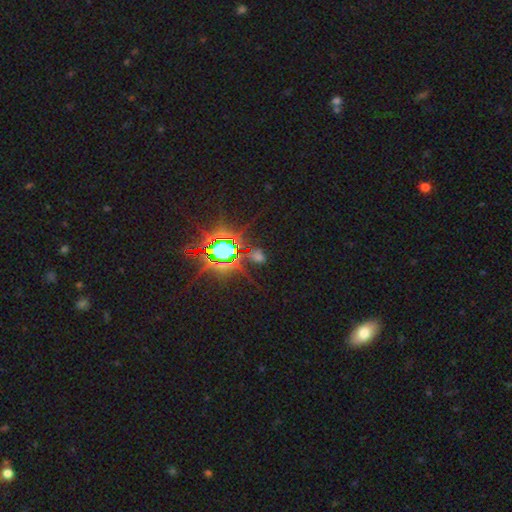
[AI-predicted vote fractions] Q: Smooth or featured?
A: star or artifact (76%); runner-up: smooth (16%)